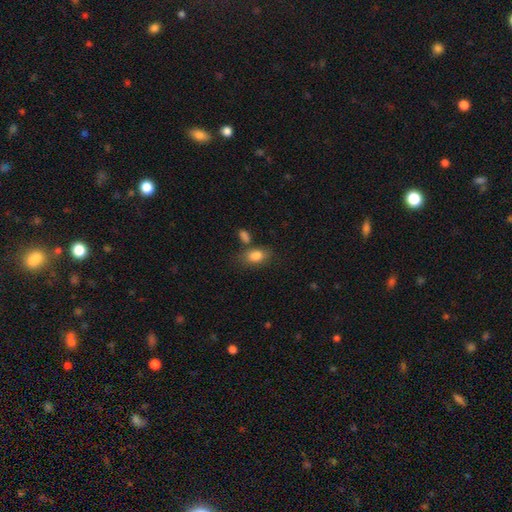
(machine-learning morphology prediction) smooth 84%, star or artifact 8%, featured or disk 8%. Down the decision tree: how rounded — in between (84%); merging — none (58%).